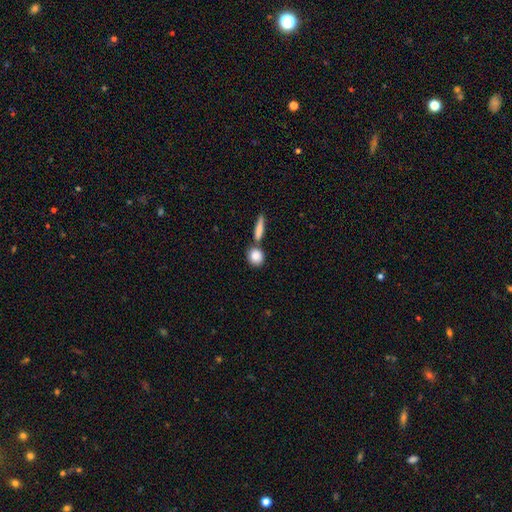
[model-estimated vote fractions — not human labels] smooth 86%, featured or disk 7%, star or artifact 7%. Down the decision tree: how rounded — round (73%); merging — none (65%).